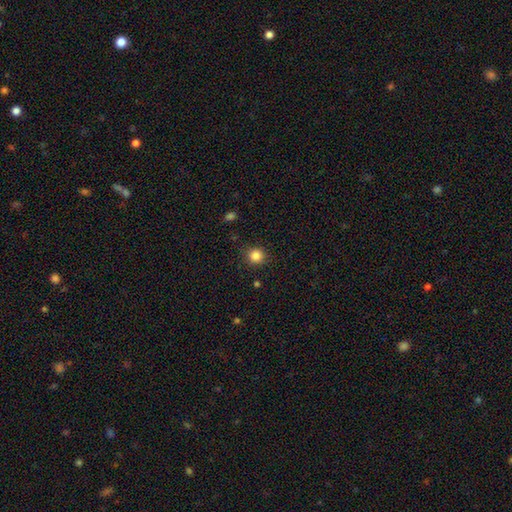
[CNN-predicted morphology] Smooth or featured: smooth — 84% (star or artifact — 12%)
How rounded: round — 90% (in between — 9%)
Merging: none — 88% (minor disturbance — 8%)